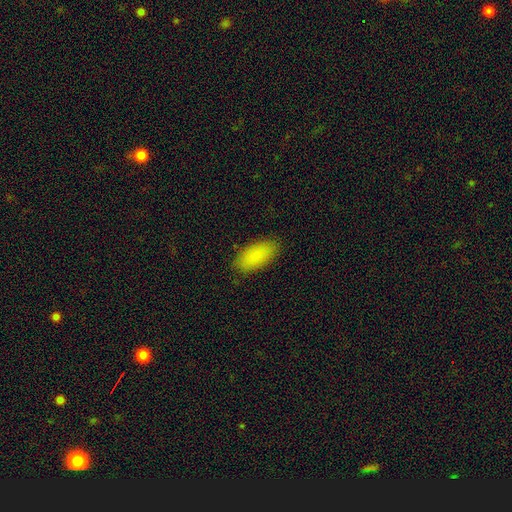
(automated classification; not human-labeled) smooth 88%, star or artifact 7%, featured or disk 5%. Down the decision tree: how rounded — in between (90%); merging — none (87%).